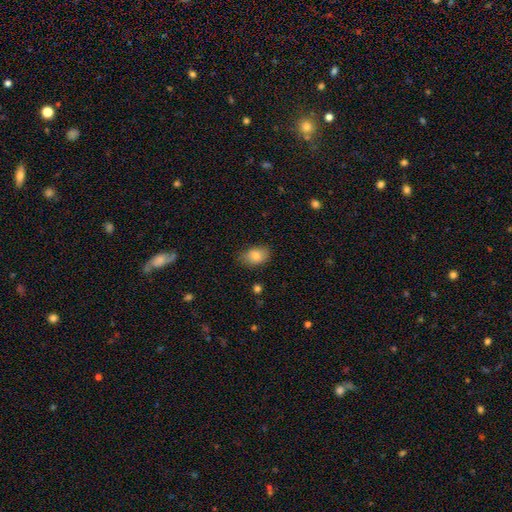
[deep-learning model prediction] smooth 80%, featured or disk 12%, star or artifact 8%. Down the decision tree: how rounded — in between (83%); merging — none (78%).